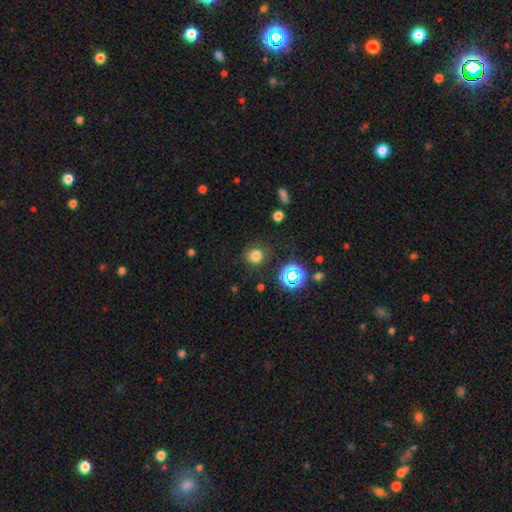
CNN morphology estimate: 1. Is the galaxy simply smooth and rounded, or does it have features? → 73% smooth, 20% star or artifact, 7% featured or disk.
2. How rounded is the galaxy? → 87% round, 12% in between, 1% cigar-shaped.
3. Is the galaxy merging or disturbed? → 83% none, 11% minor disturbance, 4% major disturbance, 2% merger.